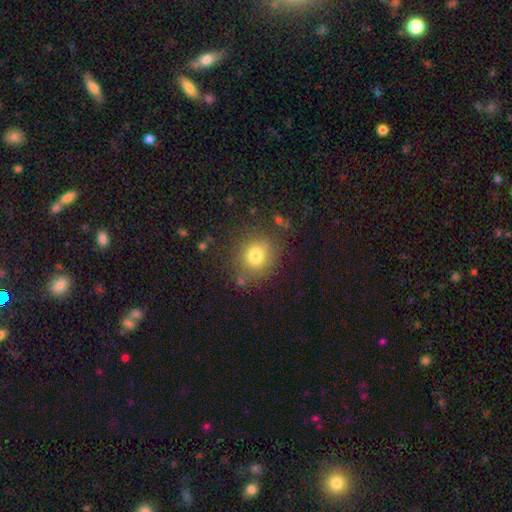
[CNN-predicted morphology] Smooth or featured?
  - smooth: 78% *
  - star or artifact: 12%
  - featured or disk: 10%
How rounded?
  - round: 85% *
  - in between: 14%
  - cigar-shaped: 1%
Merging?
  - none: 80% *
  - minor disturbance: 12%
  - major disturbance: 5%
  - merger: 3%